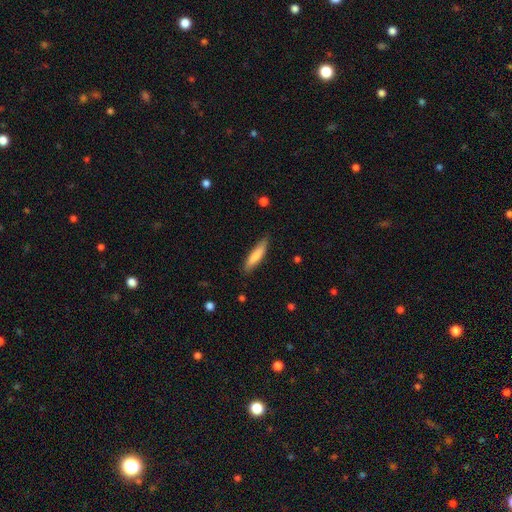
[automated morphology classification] Q: Smooth or featured?
A: smooth (81%); runner-up: featured or disk (13%)
Q: How rounded?
A: cigar-shaped (78%); runner-up: in between (21%)
Q: Merging?
A: none (83%); runner-up: minor disturbance (14%)